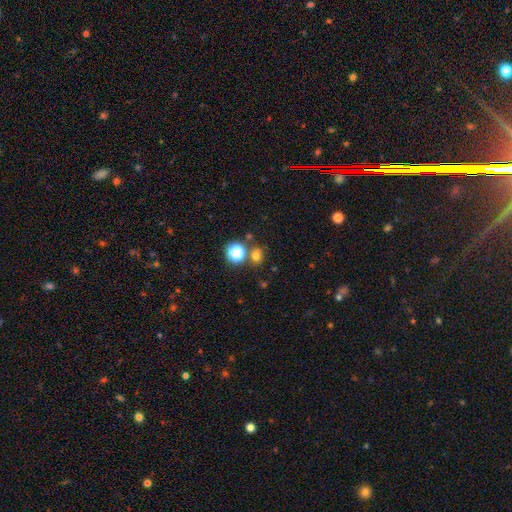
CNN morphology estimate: Smooth or featured? Predicted: smooth (p=0.68). How rounded? Predicted: round (p=0.69). Merging? Predicted: none (p=0.73).